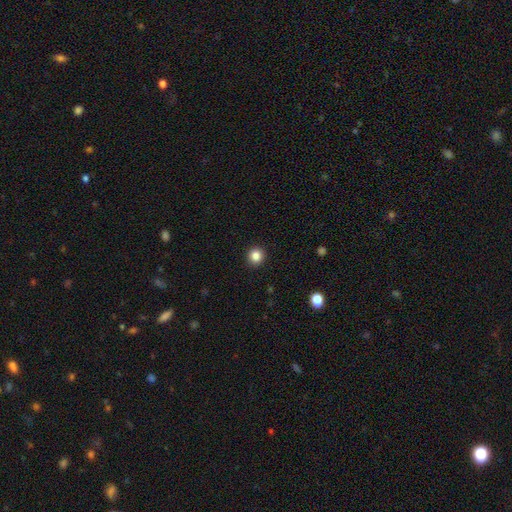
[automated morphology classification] Overall: smooth (85%). How rounded: round (94%). Merging: none (93%).